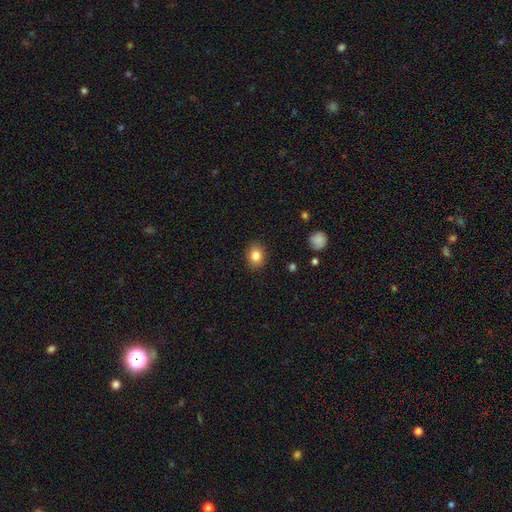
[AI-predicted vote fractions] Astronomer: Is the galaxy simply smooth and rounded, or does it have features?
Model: smooth — 83%.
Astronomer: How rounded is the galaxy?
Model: in between — 50% (runner-up: round, 49%).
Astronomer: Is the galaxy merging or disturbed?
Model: none — 88%.